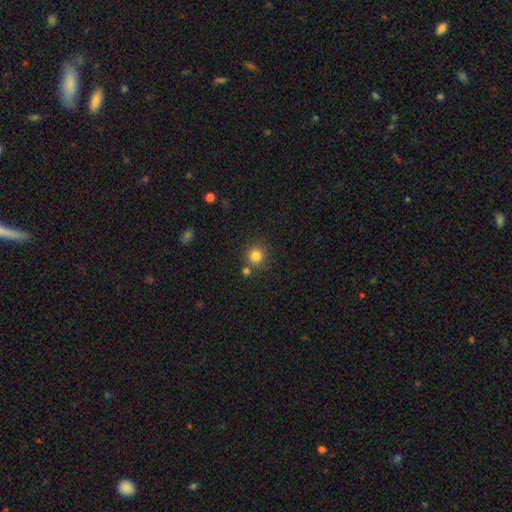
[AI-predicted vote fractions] Smooth or featured?
  - smooth: 84% *
  - star or artifact: 11%
  - featured or disk: 5%
How rounded?
  - round: 92% *
  - in between: 7%
  - cigar-shaped: 1%
Merging?
  - none: 75% *
  - merger: 13%
  - minor disturbance: 9%
  - major disturbance: 3%